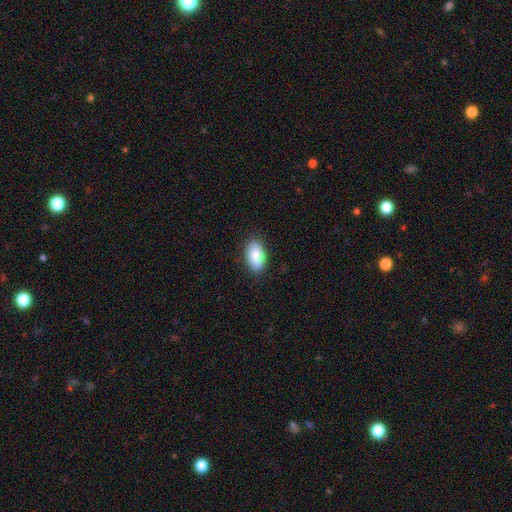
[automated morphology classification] A smooth galaxy with no disk features (85%) that is in between round and cigar-shaped (94%).

Vote fractions:
- Smooth or featured? smooth: 85% / featured or disk: 8% / star or artifact: 6%
- How rounded? in between: 94% / round: 4% / cigar-shaped: 2%
- Merging? none: 87% / minor disturbance: 10% / major disturbance: 2% / merger: 1%